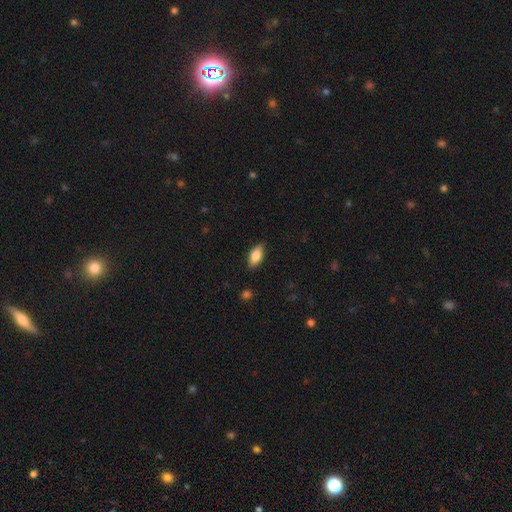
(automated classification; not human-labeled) smooth-or-featured: smooth: 78% | featured or disk: 16% | star or artifact: 7%
  how-rounded: in between: 86% | cigar-shaped: 11% | round: 3%
  merging: none: 84% | minor disturbance: 12% | major disturbance: 2% | merger: 1%